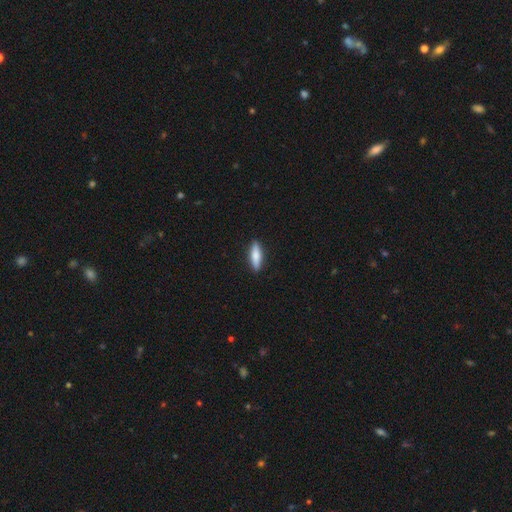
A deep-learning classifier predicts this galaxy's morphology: smooth-or-featured: smooth: 73% | featured or disk: 21% | star or artifact: 6%
  how-rounded: cigar-shaped: 64% | in between: 34% | round: 2%
  merging: none: 90% | minor disturbance: 7% | major disturbance: 2% | merger: 1%